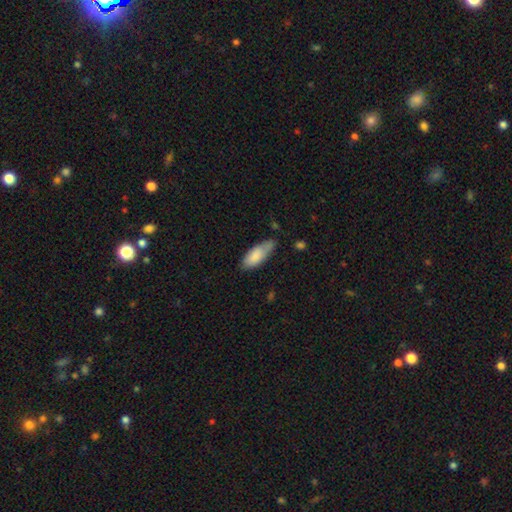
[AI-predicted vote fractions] smooth-or-featured: smooth: 83% | featured or disk: 11% | star or artifact: 6%
  how-rounded: in between: 76% | cigar-shaped: 22% | round: 2%
  merging: none: 53% | minor disturbance: 34% | major disturbance: 7% | merger: 5%